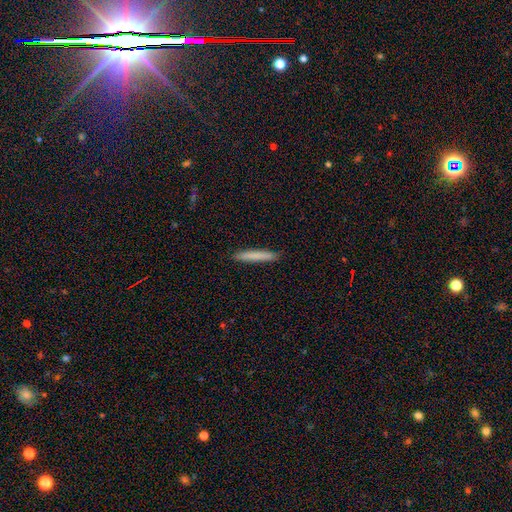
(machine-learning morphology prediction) Overall: smooth (80%). How rounded: cigar-shaped (96%). Merging: none (91%).